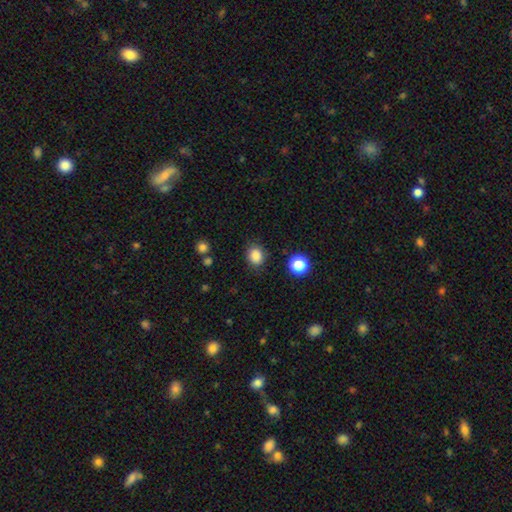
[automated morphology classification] smooth-or-featured: smooth: 85% | star or artifact: 11% | featured or disk: 4%
  how-rounded: round: 65% | in between: 34% | cigar-shaped: 1%
  merging: none: 83% | minor disturbance: 11% | major disturbance: 4% | merger: 2%